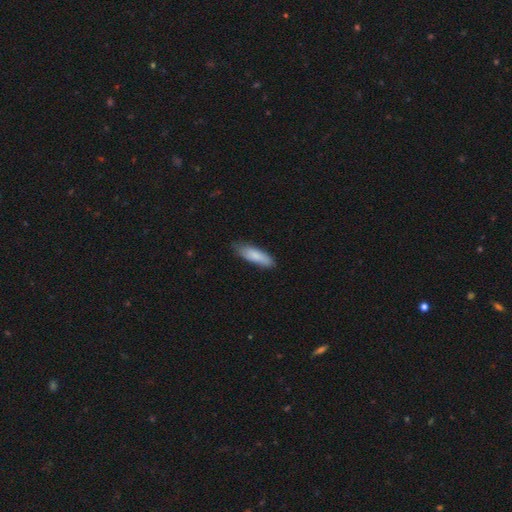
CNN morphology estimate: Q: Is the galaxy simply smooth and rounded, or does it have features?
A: smooth — 84%.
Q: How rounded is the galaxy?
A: cigar-shaped — 52%.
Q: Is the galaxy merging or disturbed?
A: none — 76%.